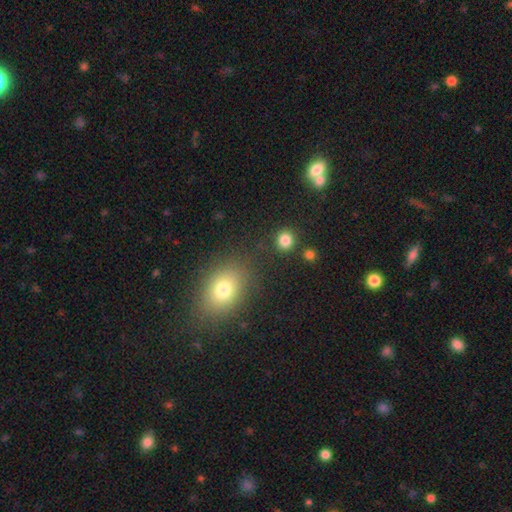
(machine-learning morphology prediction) Smooth or featured: smooth — 70% (star or artifact — 21%)
How rounded: in between — 68% (round — 30%)
Merging: none — 86% (minor disturbance — 9%)